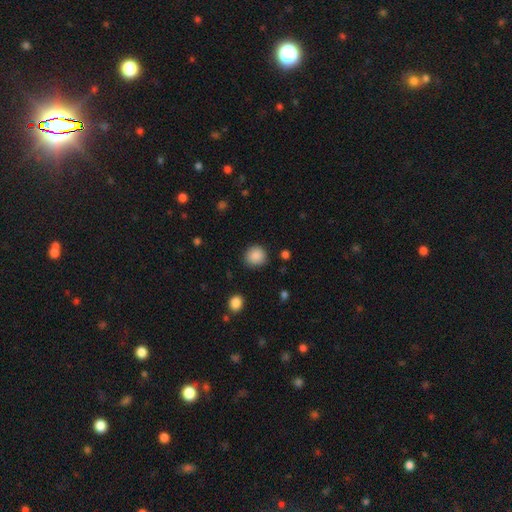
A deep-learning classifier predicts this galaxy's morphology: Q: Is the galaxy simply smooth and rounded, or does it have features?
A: smooth — 88%.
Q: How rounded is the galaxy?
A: round — 91%.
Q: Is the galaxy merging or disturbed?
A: none — 88%.